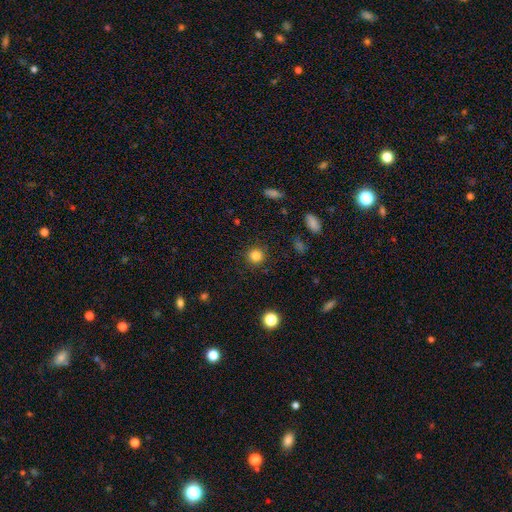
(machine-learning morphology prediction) This appears to be a smooth galaxy with no disk features (83%) that is round (94%). Merging: none (90%).